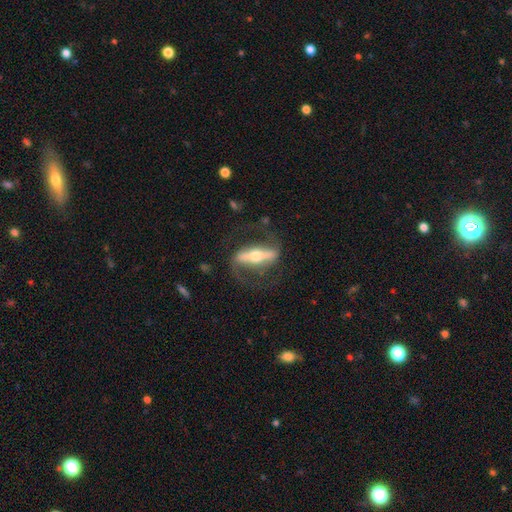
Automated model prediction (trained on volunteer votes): Smooth or featured: featured or disk — 82% (smooth — 13%)
Edge-on disk: no — 69% (yes — 31%)
Bar: strong — 78% (weak — 12%)
Spiral arms: yes — 79% (no — 21%)
Bulge size: moderate — 58% (small — 28%)
Merging: none — 70% (major disturbance — 15%)